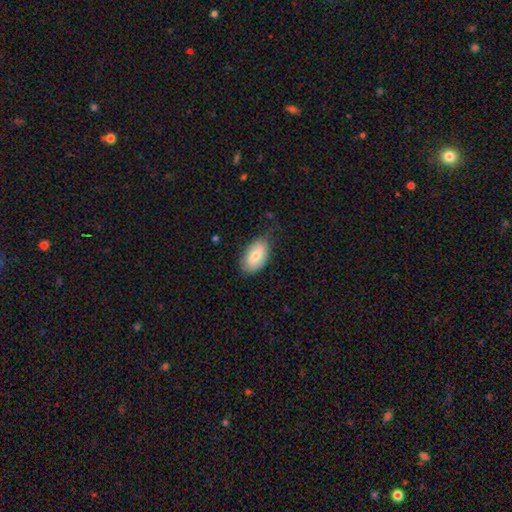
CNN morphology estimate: smooth_or_featured: smooth (p=0.75) [alt: featured or disk p=0.19]
how_rounded: in between (p=0.93) [alt: round p=0.05]
merging: none (p=0.73) [alt: minor disturbance p=0.22]